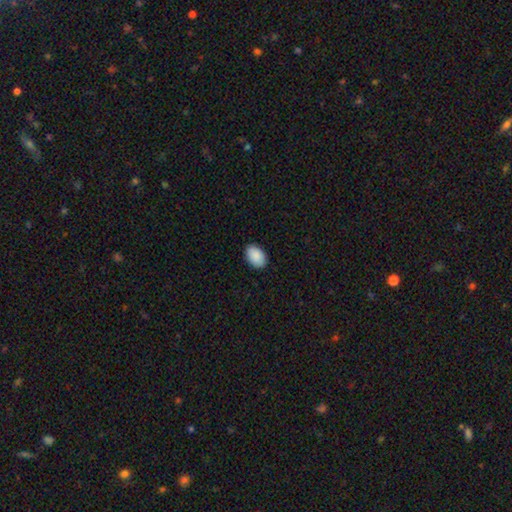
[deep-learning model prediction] A smooth galaxy with no disk features (91%) that is in between round and cigar-shaped (89%). Merging: none (90%).